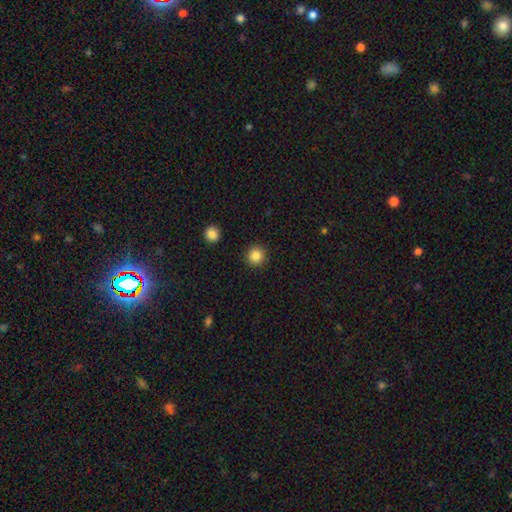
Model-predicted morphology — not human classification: smooth_or_featured: smooth (p=0.85) [alt: star or artifact p=0.10]
how_rounded: round (p=0.95) [alt: in between p=0.04]
merging: none (p=0.92) [alt: minor disturbance p=0.05]